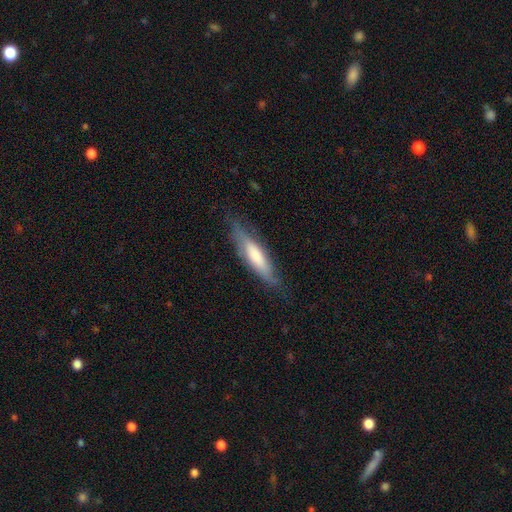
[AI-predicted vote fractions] smooth-or-featured: smooth: 59% | featured or disk: 35% | star or artifact: 6%
  how-rounded: cigar-shaped: 71% | in between: 27% | round: 1%
  merging: none: 69% | minor disturbance: 23% | major disturbance: 7% | merger: 2%